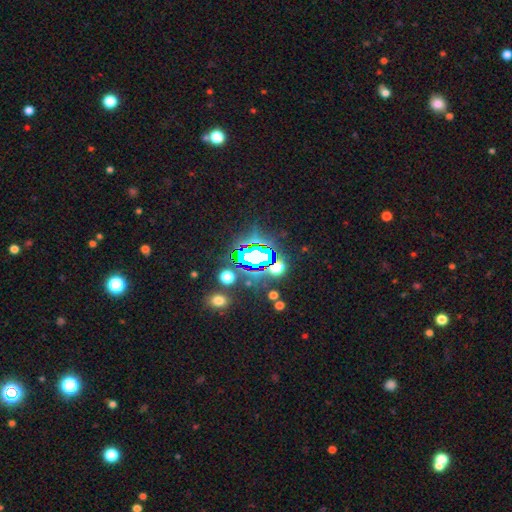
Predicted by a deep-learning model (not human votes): The model was most divided on "smooth or featured": star or artifact: 71%, smooth: 17%, featured or disk: 12%.